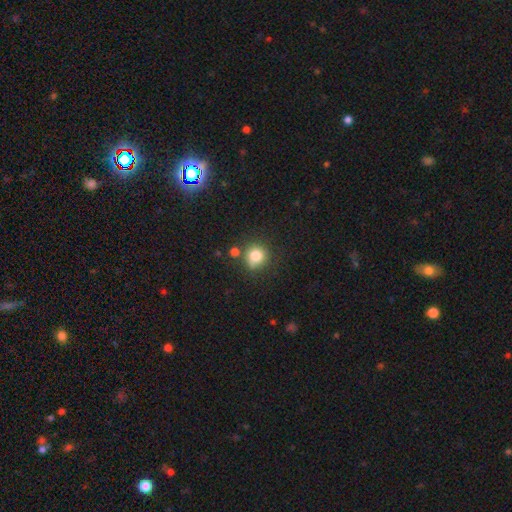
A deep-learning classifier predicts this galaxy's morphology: This appears to be a smooth galaxy with no disk features (81%) that is round (87%). Merging: none (70%).